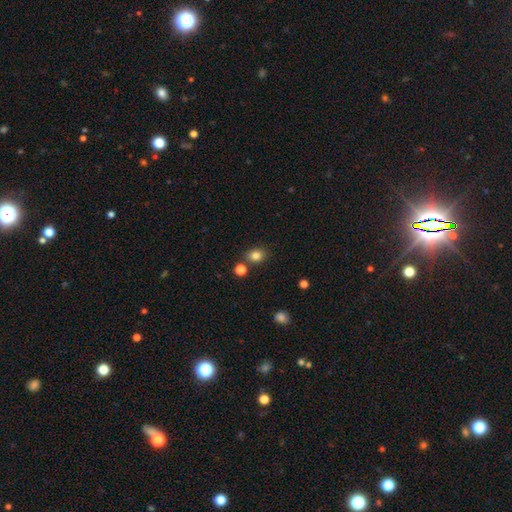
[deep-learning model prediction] Smooth or featured? Predicted: smooth (p=0.82). How rounded? Predicted: round (p=0.53). Merging? Predicted: none (p=0.78).